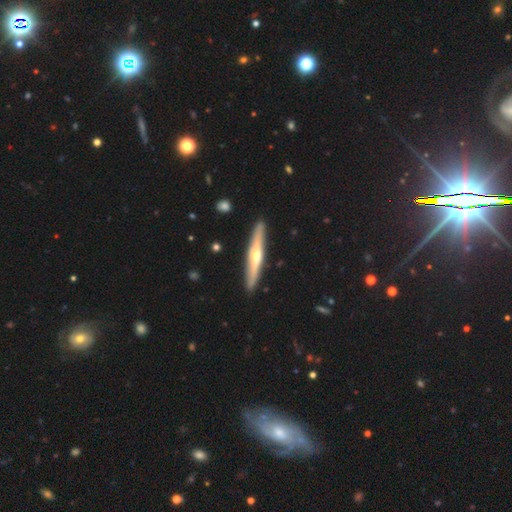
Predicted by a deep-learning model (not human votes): Morphology: type=featured or disk (65%); edge-on=yes (94%); edge-on bulge=rounded (87%); merging=none (91%).